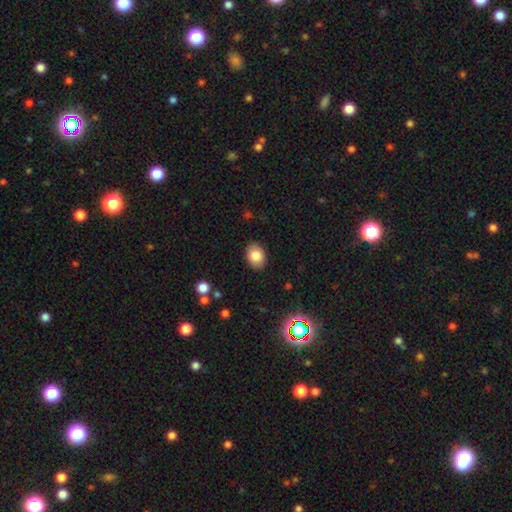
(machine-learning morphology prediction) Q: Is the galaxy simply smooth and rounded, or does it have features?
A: smooth — 83%.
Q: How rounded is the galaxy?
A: in between — 73%.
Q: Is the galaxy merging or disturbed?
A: none — 88%.